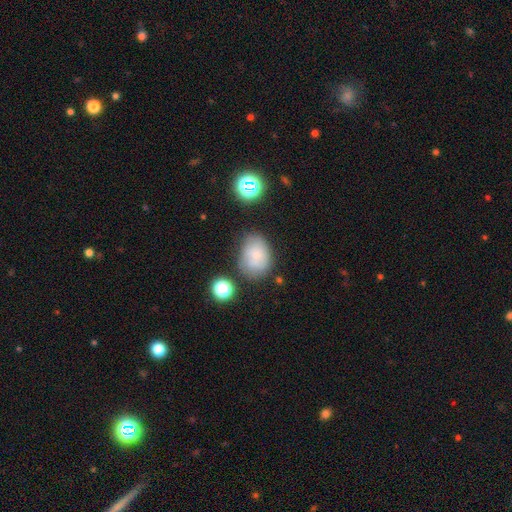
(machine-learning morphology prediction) type=smooth (68%); roundness=in between (65%); merging=none (59%).